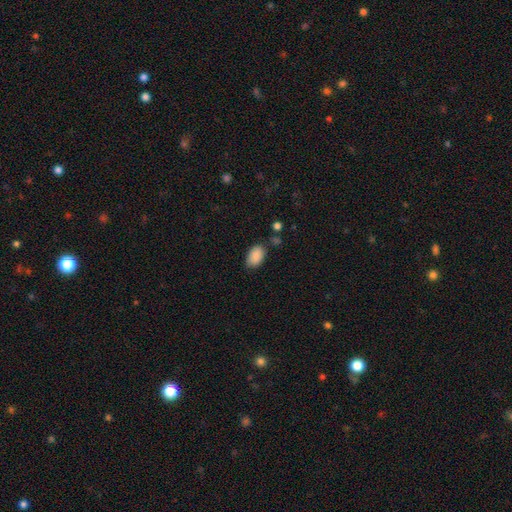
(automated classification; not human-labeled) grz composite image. It shows a smooth galaxy with no disk features (89%) that is in between round and cigar-shaped (92%). Merging: none (75%).